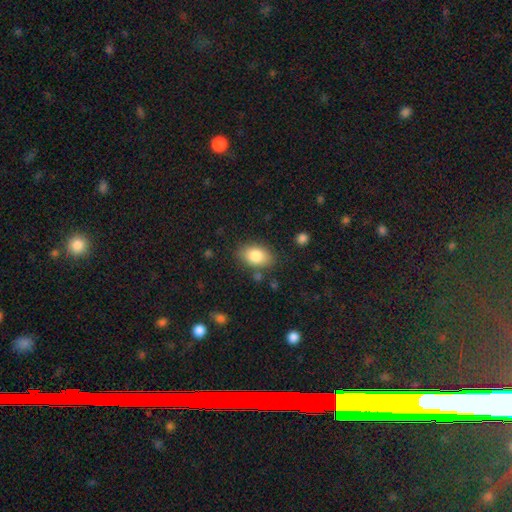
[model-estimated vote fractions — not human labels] Smooth or featured: smooth — 84% (featured or disk — 9%)
How rounded: in between — 87% (round — 12%)
Merging: none — 80% (minor disturbance — 13%)